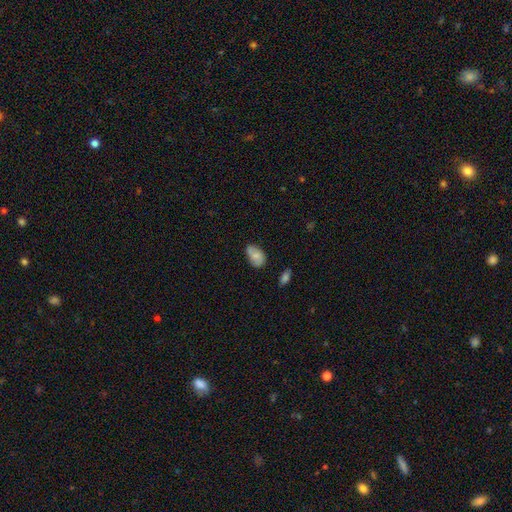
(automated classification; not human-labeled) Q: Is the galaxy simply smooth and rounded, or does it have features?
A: smooth — 71%.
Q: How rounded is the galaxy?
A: in between — 90%.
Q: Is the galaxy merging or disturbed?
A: none — 58%.